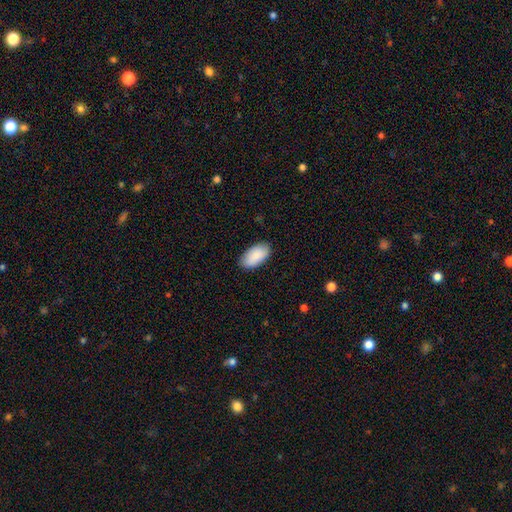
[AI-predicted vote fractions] smooth_or_featured: smooth (p=0.88) [alt: featured or disk p=0.06]
how_rounded: in between (p=0.96) [alt: cigar-shaped p=0.02]
merging: none (p=0.86) [alt: minor disturbance p=0.11]